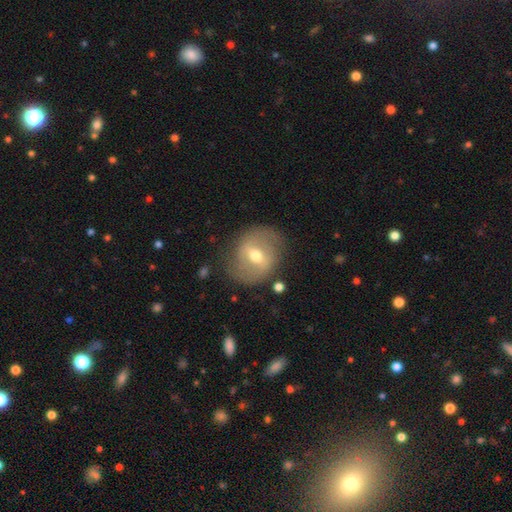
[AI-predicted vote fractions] This is likely a featured or disk galaxy (60%). It is clearly not viewed edge-on (94%). Bar: possibly weak (47%). Spiral arm pattern: possibly yes (52%). Central bulge: likely moderate (69%). Merging: likely none (77%).